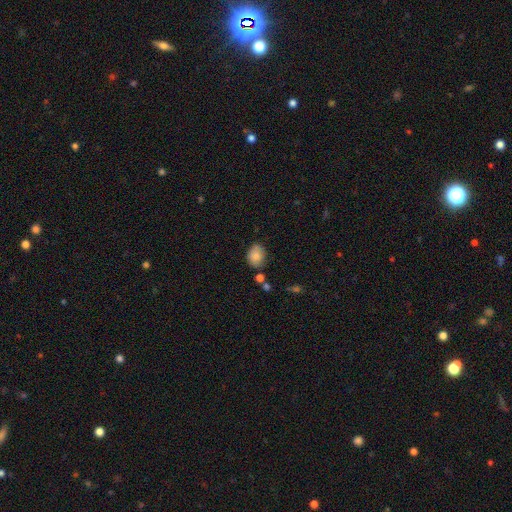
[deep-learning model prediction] This appears to be a smooth galaxy with no disk features (83%) that is in between round and cigar-shaped (66%). Merging: none (69%).